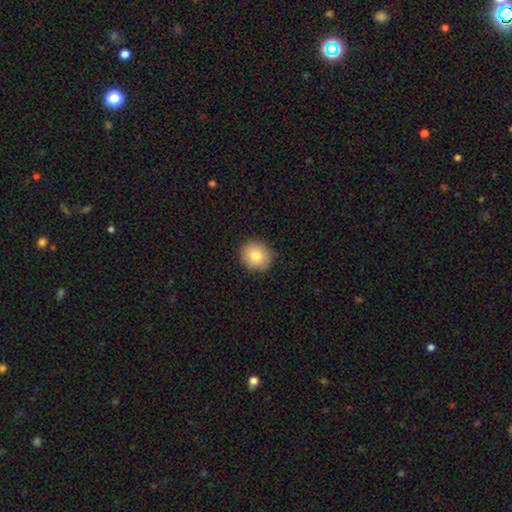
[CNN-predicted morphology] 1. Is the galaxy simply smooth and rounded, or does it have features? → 83% smooth, 9% featured or disk, 8% star or artifact.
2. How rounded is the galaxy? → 84% round, 15% in between, 1% cigar-shaped.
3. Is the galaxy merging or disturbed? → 89% none, 8% minor disturbance, 2% major disturbance, 1% merger.